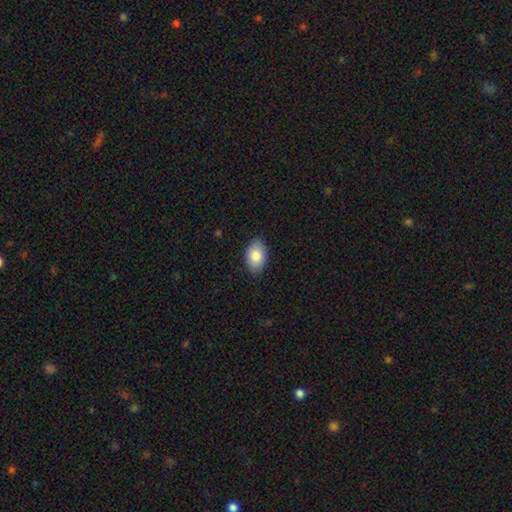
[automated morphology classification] smooth 84%, featured or disk 10%, star or artifact 7%. Down the decision tree: how rounded — in between (91%); merging — none (86%).